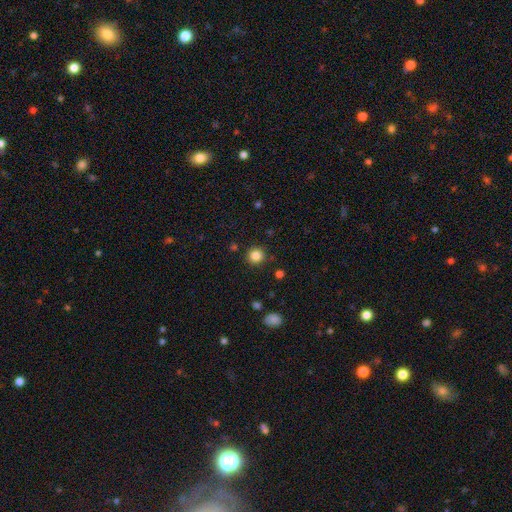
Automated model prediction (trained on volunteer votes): The model was most divided on "smooth or featured": smooth: 84%, star or artifact: 12%, featured or disk: 4%. More confident: how rounded — round (94%); merging — none (89%).